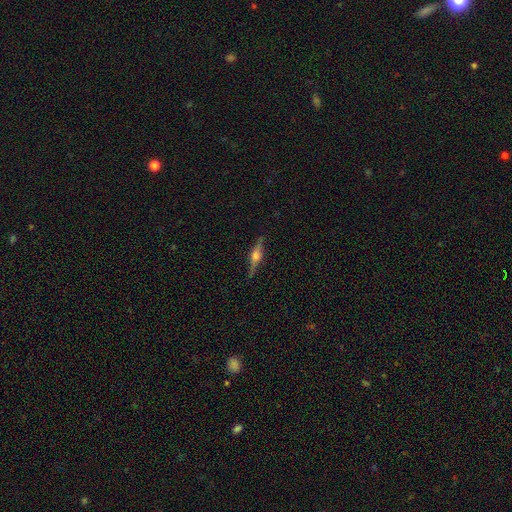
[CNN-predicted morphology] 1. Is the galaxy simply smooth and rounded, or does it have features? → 78% featured or disk, 15% smooth, 7% star or artifact.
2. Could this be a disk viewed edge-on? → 98% yes, 2% no.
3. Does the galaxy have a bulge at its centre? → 90% rounded, 8% boxy, 2% none.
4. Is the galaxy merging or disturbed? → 88% none, 9% minor disturbance, 2% major disturbance, 1% merger.